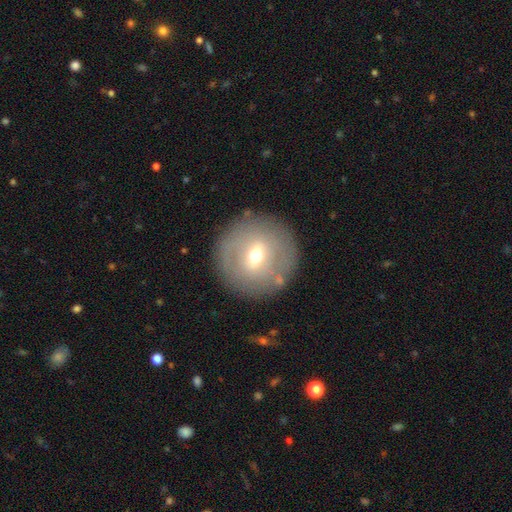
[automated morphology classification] Smooth or featured?
  - smooth: 46% *
  - featured or disk: 45%
  - star or artifact: 9%
Merging?
  - none: 85% *
  - minor disturbance: 9%
  - major disturbance: 4%
  - merger: 2%